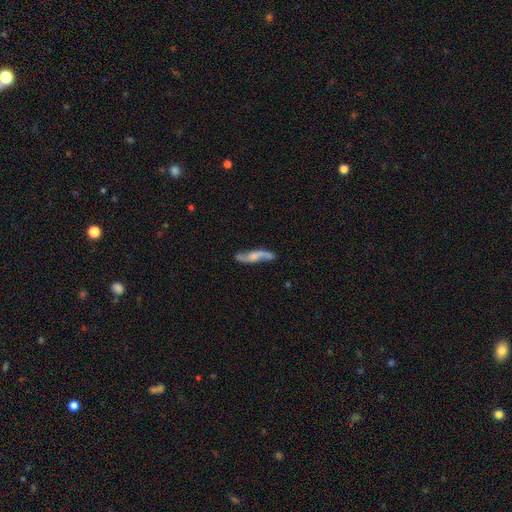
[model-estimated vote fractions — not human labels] Q: Smooth or featured?
A: featured or disk (71%); runner-up: smooth (23%)
Q: Edge-on disk?
A: no (74%); runner-up: yes (26%)
Q: Bar?
A: no (56%); runner-up: weak (33%)
Q: Spiral arms?
A: yes (92%); runner-up: no (8%)
Q: Bulge size?
A: small (35%); runner-up: moderate (30%)
Q: Merging?
A: none (70%); runner-up: minor disturbance (19%)